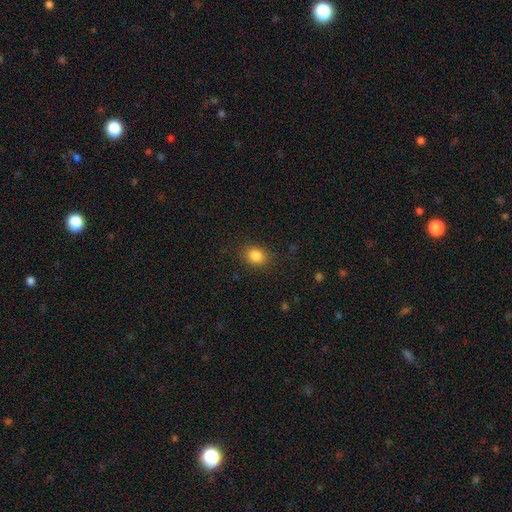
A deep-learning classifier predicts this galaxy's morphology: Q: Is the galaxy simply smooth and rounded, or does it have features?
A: smooth — 85%.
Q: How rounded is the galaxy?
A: round — 51%.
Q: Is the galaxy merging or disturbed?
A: none — 86%.